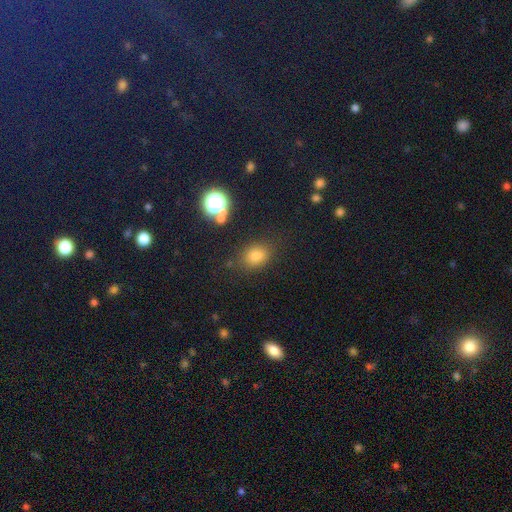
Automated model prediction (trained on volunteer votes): smooth 74%, star or artifact 19%, featured or disk 7%. Down the decision tree: how rounded — in between (57%); merging — none (79%).